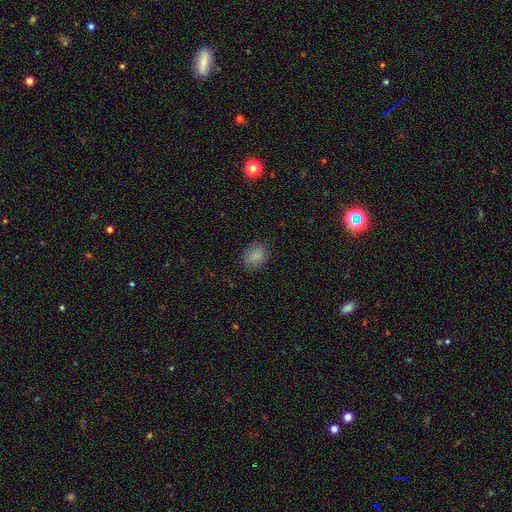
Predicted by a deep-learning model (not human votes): smooth_or_featured: smooth (p=0.86) [alt: star or artifact p=0.10]
how_rounded: in between (p=0.58) [alt: round p=0.41]
merging: none (p=0.85) [alt: minor disturbance p=0.11]